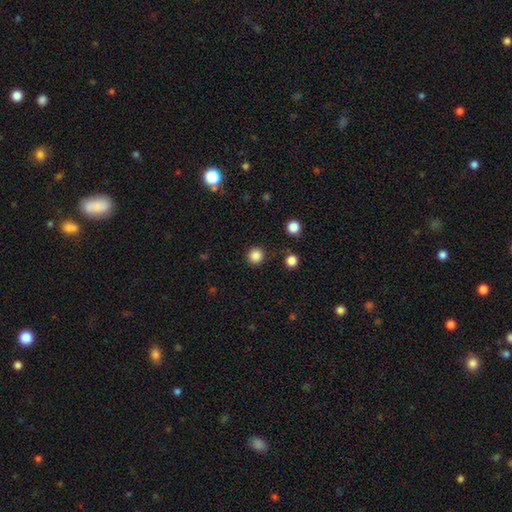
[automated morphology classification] Smooth or featured? Predicted: smooth (p=0.85). How rounded? Predicted: round (p=0.95). Merging? Predicted: none (p=0.90).